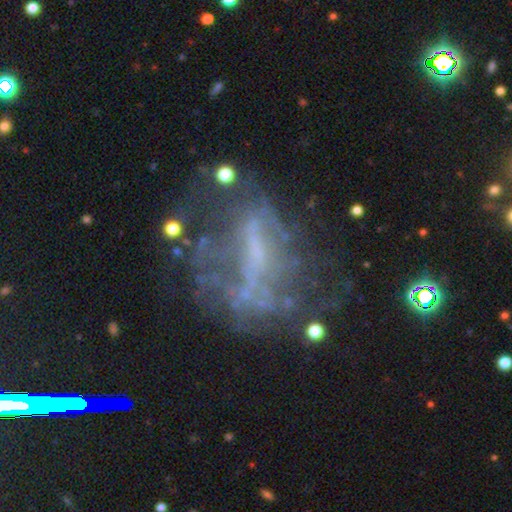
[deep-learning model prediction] smooth_or_featured: featured or disk (p=0.60) [alt: star or artifact p=0.22]
disk_edge_on: no (p=0.89) [alt: yes p=0.11]
bar: no (p=0.48) [alt: strong p=0.27]
has_spiral_arms: no (p=0.74) [alt: yes p=0.26]
bulge_size: none (p=0.60) [alt: small p=0.25]
merging: none (p=0.42) [alt: major disturbance p=0.32]